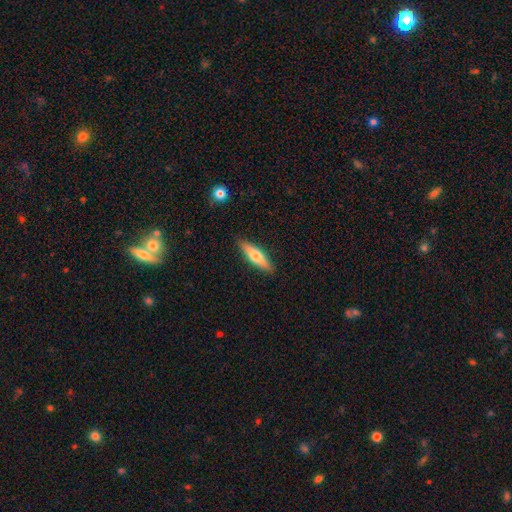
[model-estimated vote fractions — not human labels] smooth 62%, featured or disk 33%, star or artifact 6%. Down the decision tree: how rounded — cigar-shaped (64%); merging — none (88%).